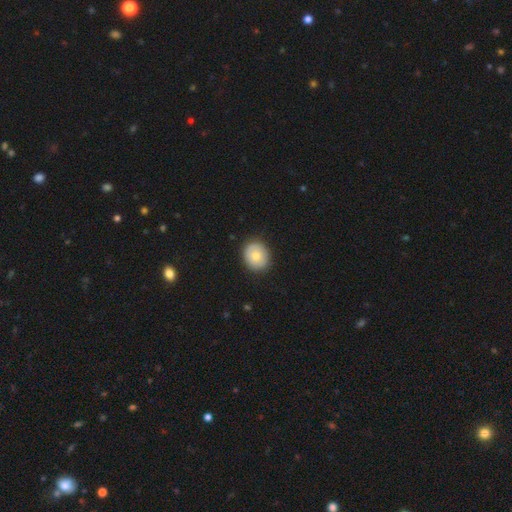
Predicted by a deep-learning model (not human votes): Smooth or featured? smooth (75%)
How rounded? round (70%)
Merging? none (87%)